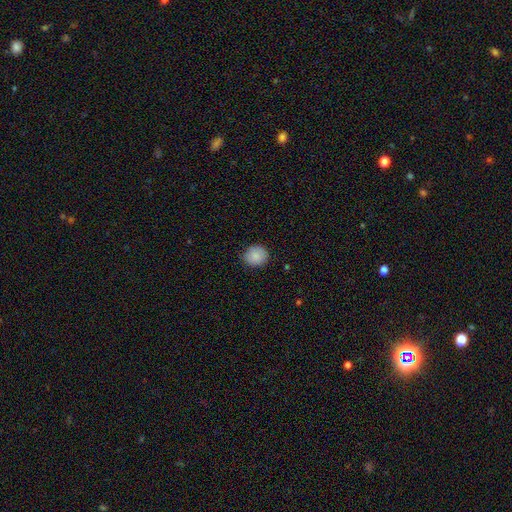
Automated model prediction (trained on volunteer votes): Smooth or featured? smooth (87%)
How rounded? round (83%)
Merging? none (86%)